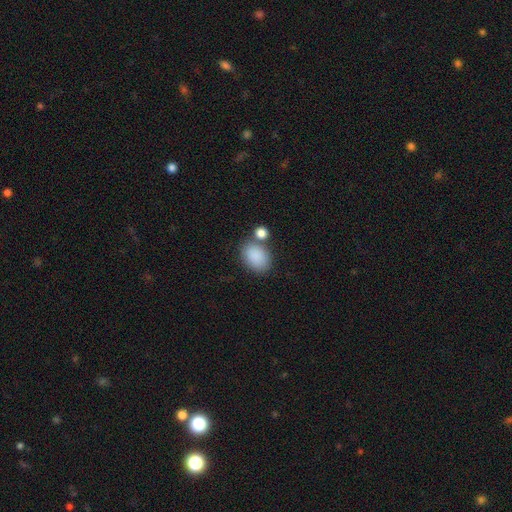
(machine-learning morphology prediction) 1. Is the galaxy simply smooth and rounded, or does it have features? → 87% smooth, 7% star or artifact, 5% featured or disk.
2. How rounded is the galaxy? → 73% in between, 25% round, 1% cigar-shaped.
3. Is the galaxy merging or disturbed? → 63% none, 18% merger, 14% minor disturbance, 5% major disturbance.